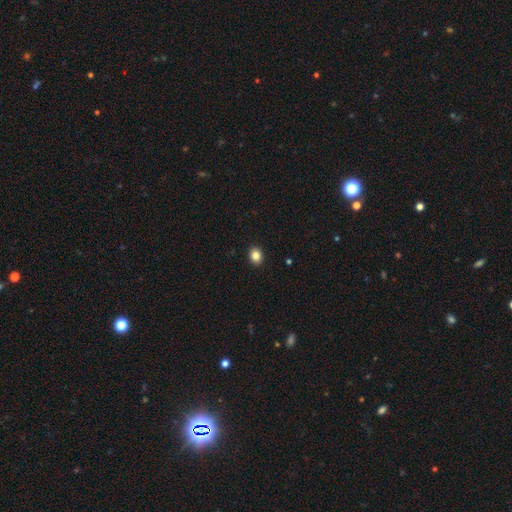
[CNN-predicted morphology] The model was most divided on "how rounded": in between: 50%, round: 49%, cigar-shaped: 1%. More confident: merging — none (91%); smooth or featured — smooth (85%).